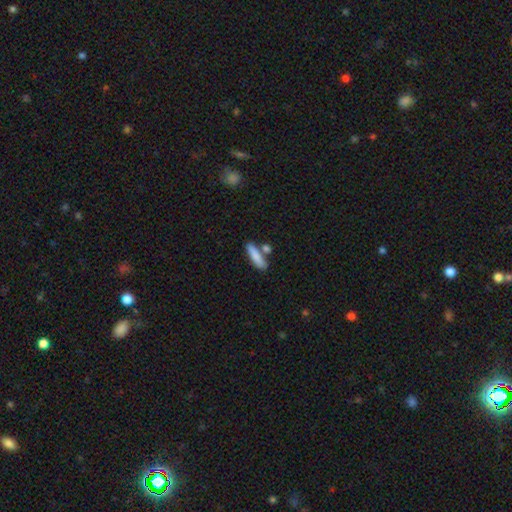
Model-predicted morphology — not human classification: Smooth or featured? Predicted: smooth (p=0.83). How rounded? Predicted: cigar-shaped (p=0.64). Merging? Predicted: none (p=0.66).